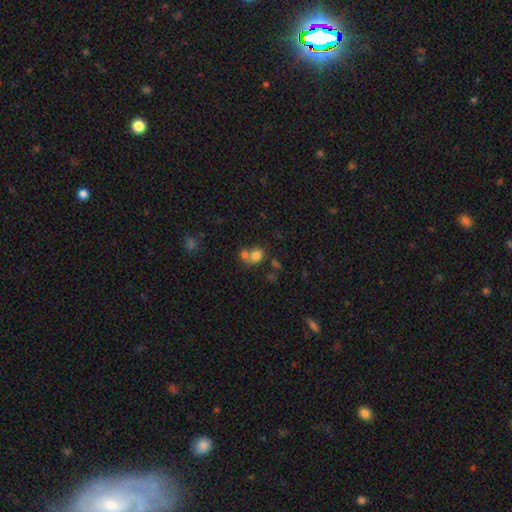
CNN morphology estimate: A smooth galaxy with no disk features (76%) that is round (55%). Merging: merger (52%).